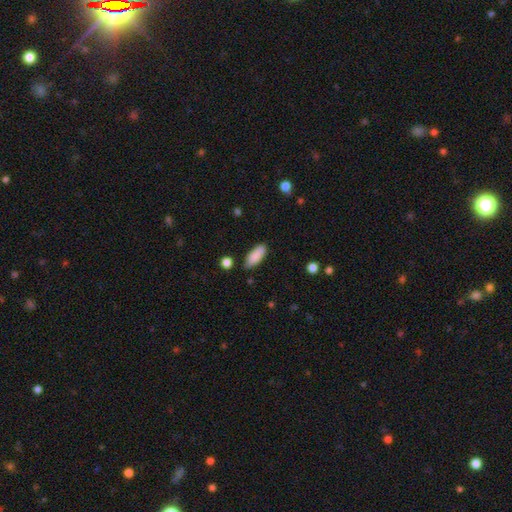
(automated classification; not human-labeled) This appears to be a smooth galaxy with no disk features (88%) that is in between round and cigar-shaped (78%). Merging: none (83%).